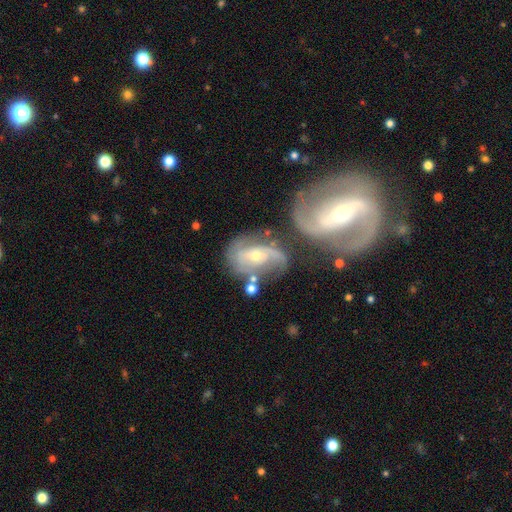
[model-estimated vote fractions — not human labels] Morphology: type=featured or disk (78%); edge-on=no (96%); bar=no (52%); spiral arms=yes (89%); winding=medium (43%); arm count=2 (54%); bulge=small (48%); merging=none (33%).